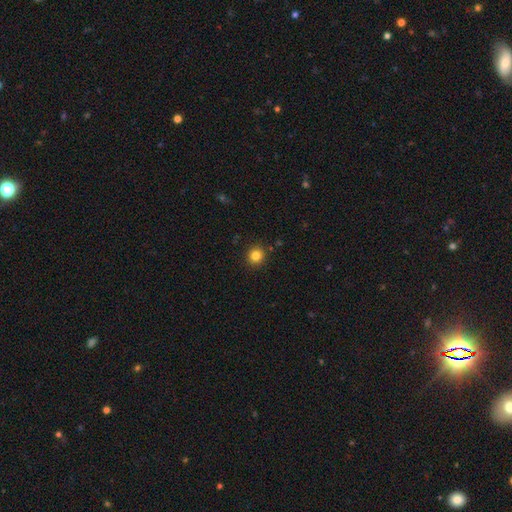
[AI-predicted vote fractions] smooth 82%, star or artifact 12%, featured or disk 5%. Down the decision tree: how rounded — round (91%); merging — none (91%).